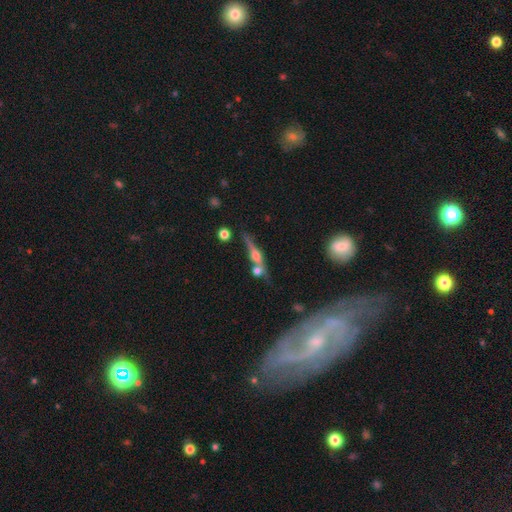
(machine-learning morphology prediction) smooth_or_featured: featured or disk (p=0.75) [alt: smooth p=0.16]
disk_edge_on: yes (p=0.95) [alt: no p=0.05]
edge_on_bulge: rounded (p=0.91) [alt: boxy p=0.06]
merging: none (p=0.67) [alt: merger p=0.17]